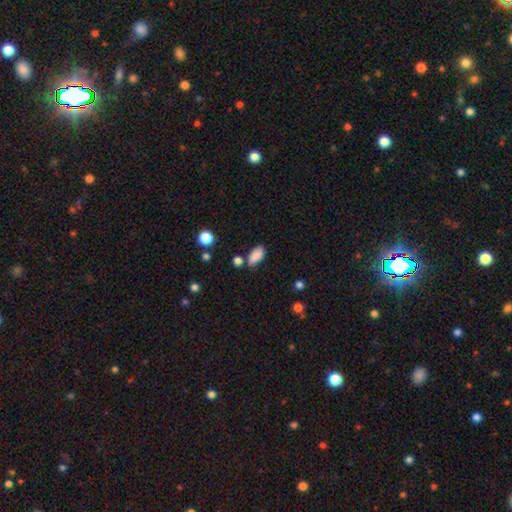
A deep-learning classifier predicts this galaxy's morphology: Smooth or featured?
  - smooth: 86% *
  - star or artifact: 8%
  - featured or disk: 6%
How rounded?
  - in between: 91% *
  - cigar-shaped: 5%
  - round: 4%
Merging?
  - none: 71% *
  - minor disturbance: 16%
  - merger: 9%
  - major disturbance: 4%